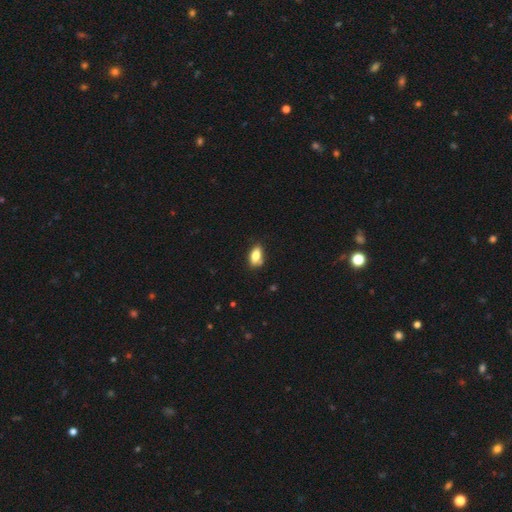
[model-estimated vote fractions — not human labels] This is likely a smooth galaxy (80%). How rounded: clearly in between (88%). Merging: likely none (67%).